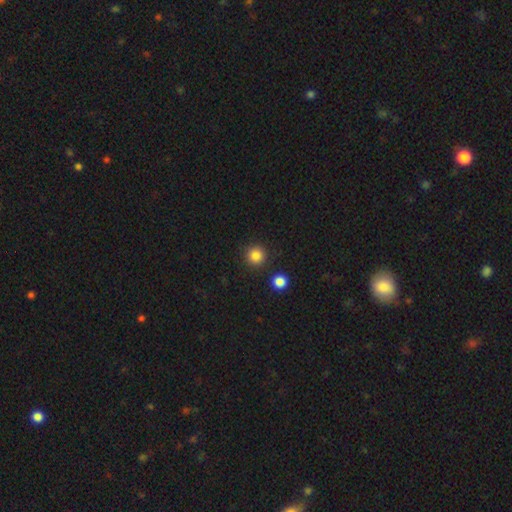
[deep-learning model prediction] Q: Smooth or featured?
A: smooth (85%); runner-up: star or artifact (11%)
Q: How rounded?
A: round (94%); runner-up: in between (5%)
Q: Merging?
A: none (89%); runner-up: minor disturbance (6%)